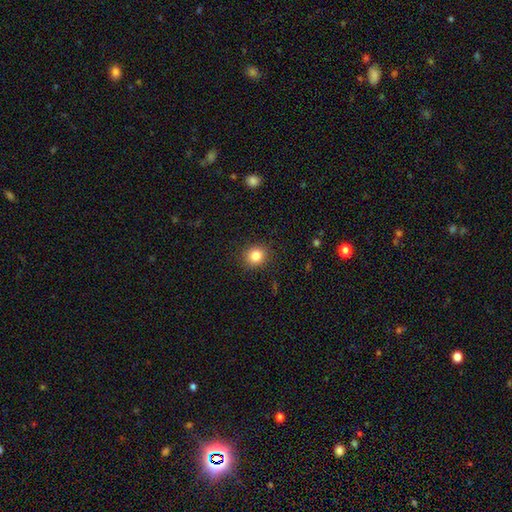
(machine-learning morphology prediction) type=smooth (84%); roundness=round (85%); merging=none (90%).